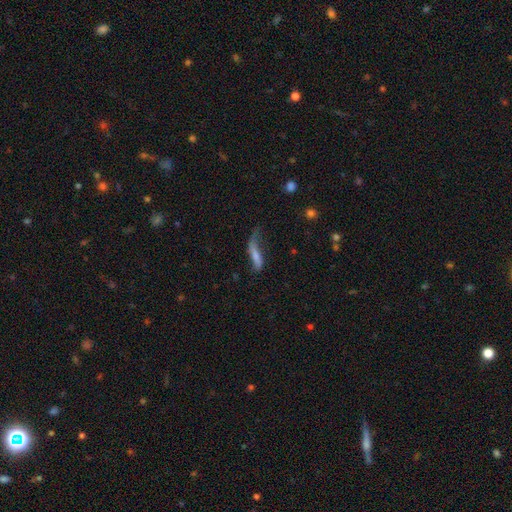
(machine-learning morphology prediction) Q: Smooth or featured?
A: smooth (53%); runner-up: featured or disk (39%)
Q: How rounded?
A: cigar-shaped (72%); runner-up: in between (26%)
Q: Merging?
A: major disturbance (40%); runner-up: none (29%)